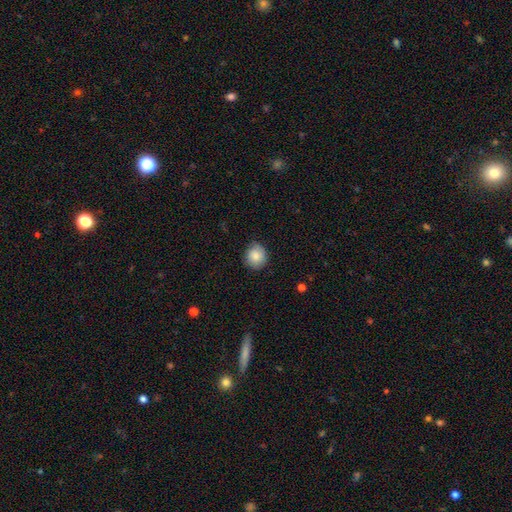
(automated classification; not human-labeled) The model was most divided on "merging": none: 79%, minor disturbance: 17%, major disturbance: 3%, merger: 1%. More confident: smooth or featured — smooth (84%); how rounded — round (83%).